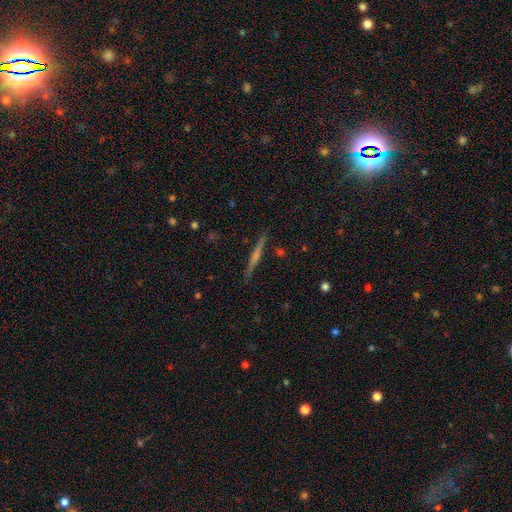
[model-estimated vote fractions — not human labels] This appears to be a featured or disk galaxy (64%) viewed edge-on (98%) with no central bulge (45%). Merging: none (91%).